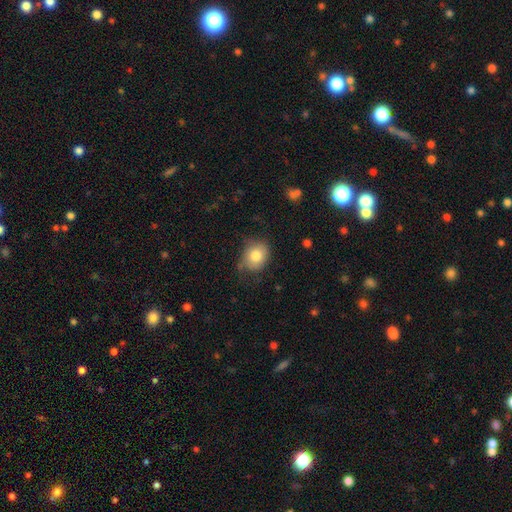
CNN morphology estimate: Smooth or featured? smooth (79%)
How rounded? round (59%)
Merging? none (62%)